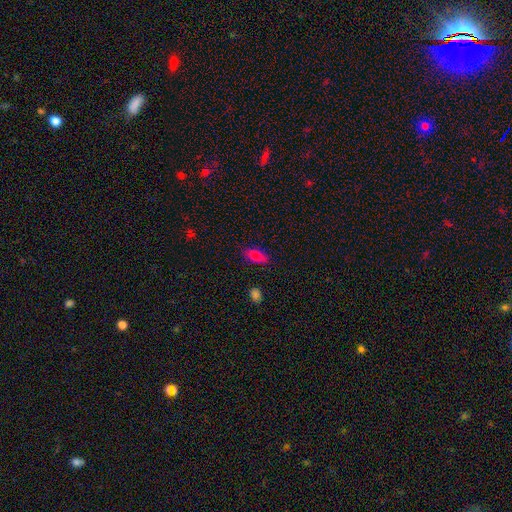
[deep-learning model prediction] A smooth galaxy with no disk features (80%) that is in between round and cigar-shaped (88%). Merging: none (85%).